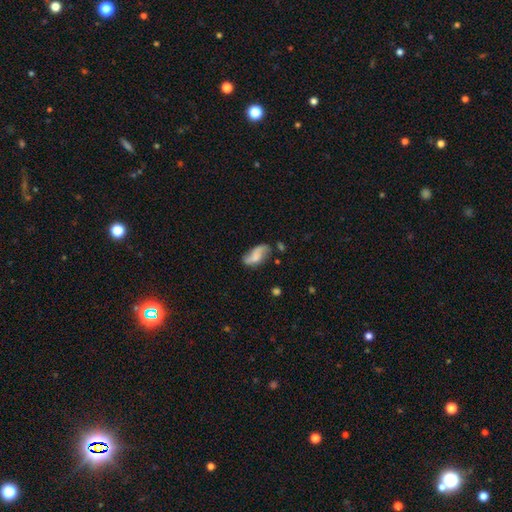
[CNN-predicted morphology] smooth 48%, featured or disk 44%, star or artifact 8%. Down the decision tree: merging — none (50%).